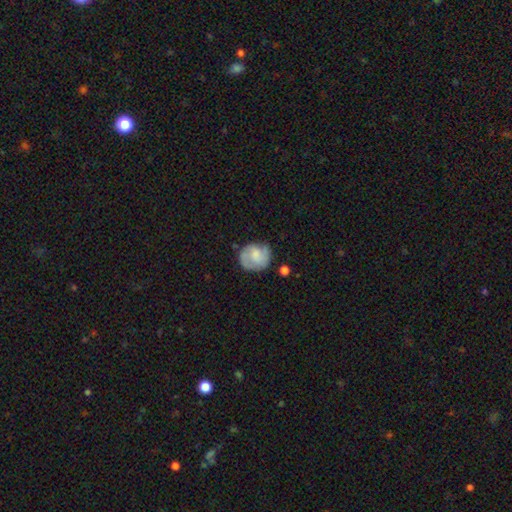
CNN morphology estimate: The model was most divided on "smooth or featured": featured or disk: 50%, smooth: 43%, star or artifact: 7%. More confident: merging — none (64%).